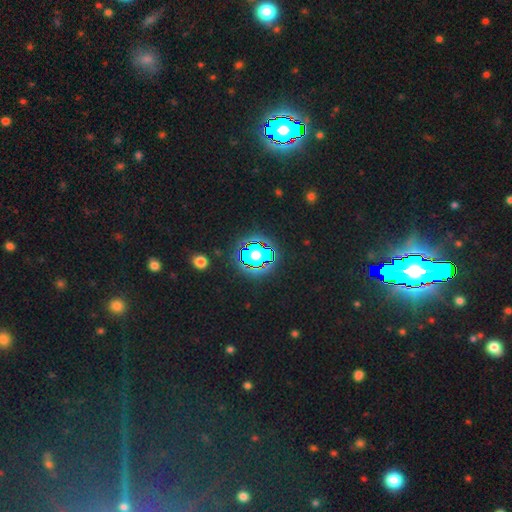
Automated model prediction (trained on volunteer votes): Smooth or featured? Predicted: star or artifact (p=0.80).